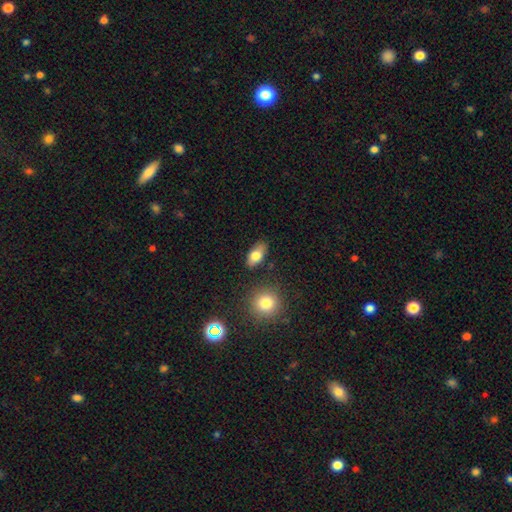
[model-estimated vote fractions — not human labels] Smooth or featured?
  - smooth: 78% *
  - featured or disk: 14%
  - star or artifact: 8%
How rounded?
  - in between: 87% *
  - round: 7%
  - cigar-shaped: 6%
Merging?
  - none: 80% *
  - minor disturbance: 13%
  - merger: 4%
  - major disturbance: 3%